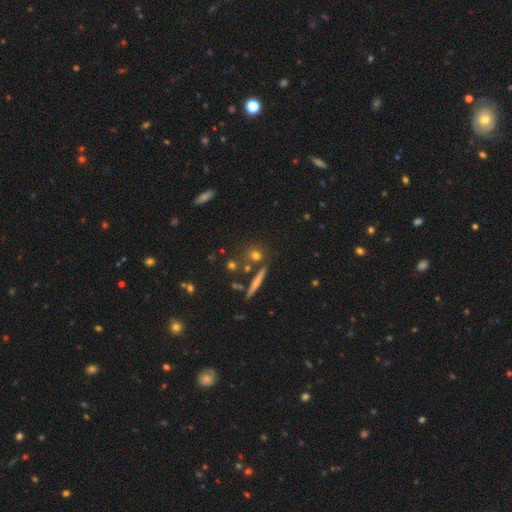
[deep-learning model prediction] The model was most divided on "how rounded": round: 65%, cigar-shaped: 19%, in between: 16%. More confident: merging — none (76%); smooth or featured — smooth (65%).